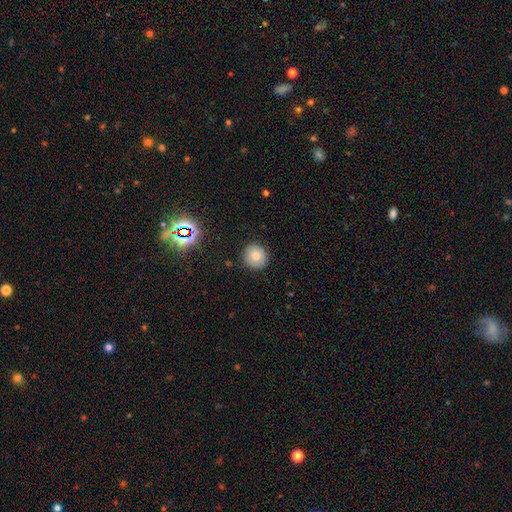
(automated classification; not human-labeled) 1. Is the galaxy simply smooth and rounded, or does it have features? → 77% smooth, 12% star or artifact, 11% featured or disk.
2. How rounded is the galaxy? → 92% round, 7% in between, 1% cigar-shaped.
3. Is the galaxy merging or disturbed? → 88% none, 8% minor disturbance, 2% major disturbance, 1% merger.